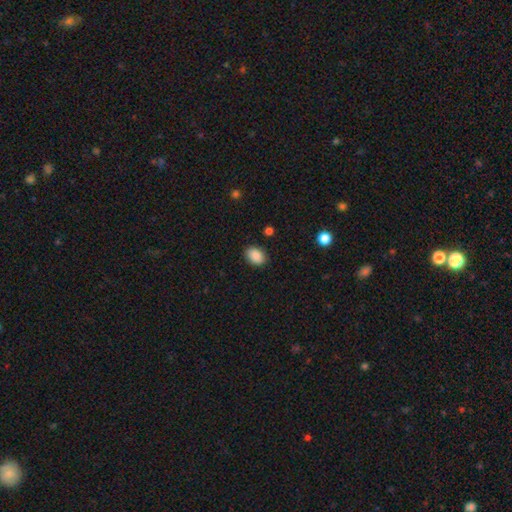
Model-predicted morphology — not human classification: This is clearly a smooth galaxy (88%). How rounded: likely in between (76%). Merging: clearly none (87%).